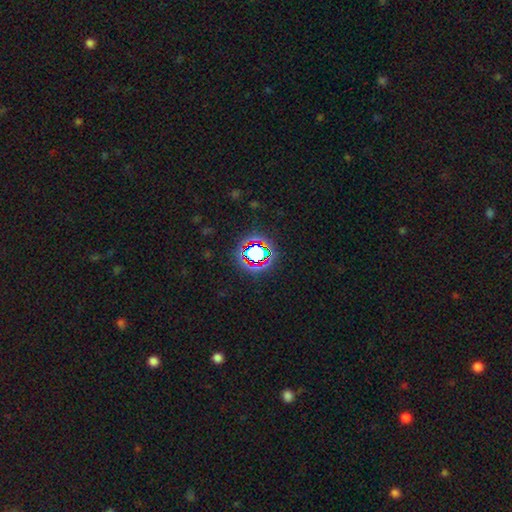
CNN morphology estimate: Smooth or featured? star or artifact (63%)